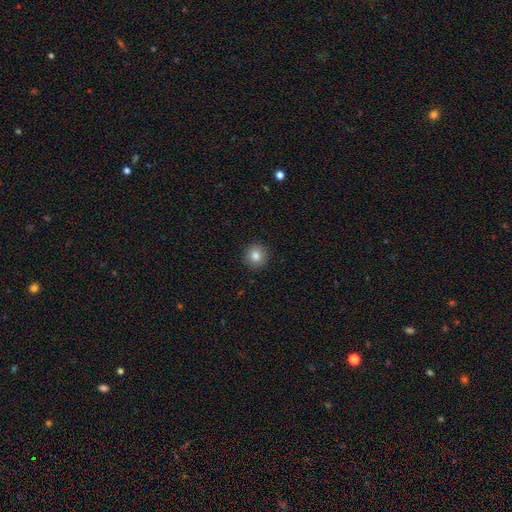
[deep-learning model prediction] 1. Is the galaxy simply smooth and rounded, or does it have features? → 83% smooth, 10% star or artifact, 7% featured or disk.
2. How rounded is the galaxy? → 94% round, 5% in between, 1% cigar-shaped.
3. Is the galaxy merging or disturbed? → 93% none, 5% minor disturbance, 2% major disturbance, 1% merger.